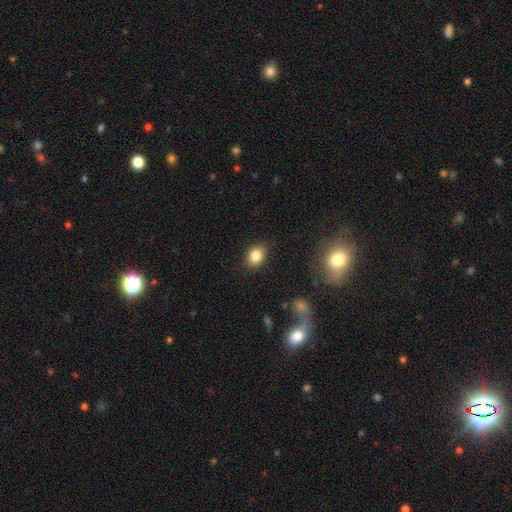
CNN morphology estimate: The model was most divided on "how rounded": in between: 68%, round: 31%, cigar-shaped: 1%. More confident: merging — none (85%); smooth or featured — smooth (83%).